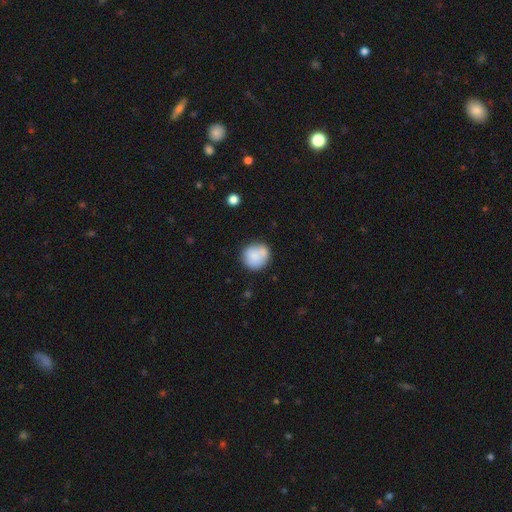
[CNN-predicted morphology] A smooth galaxy with no disk features (81%) that is round (87%). Merging: none (62%).